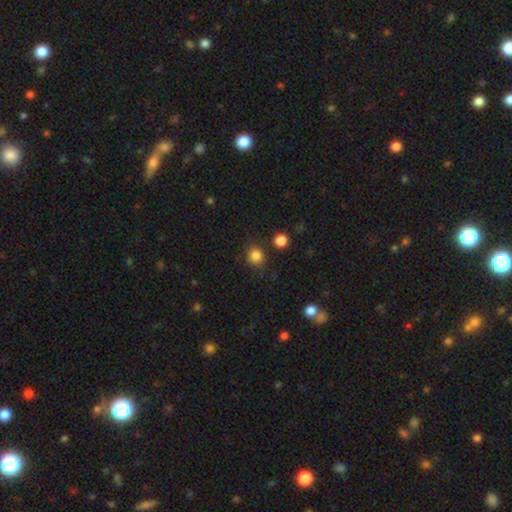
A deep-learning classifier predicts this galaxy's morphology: smooth_or_featured: smooth (p=0.84) [alt: star or artifact p=0.12]
how_rounded: round (p=0.83) [alt: in between p=0.16]
merging: none (p=0.84) [alt: minor disturbance p=0.09]